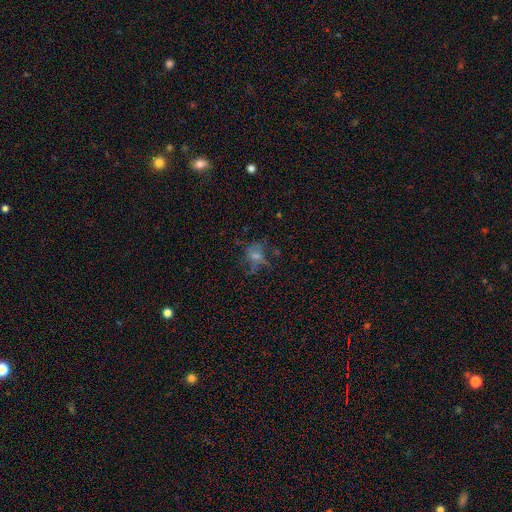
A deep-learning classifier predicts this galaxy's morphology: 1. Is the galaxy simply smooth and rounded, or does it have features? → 49% smooth, 27% featured or disk, 23% star or artifact.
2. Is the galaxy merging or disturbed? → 44% none, 30% major disturbance, 22% minor disturbance, 5% merger.